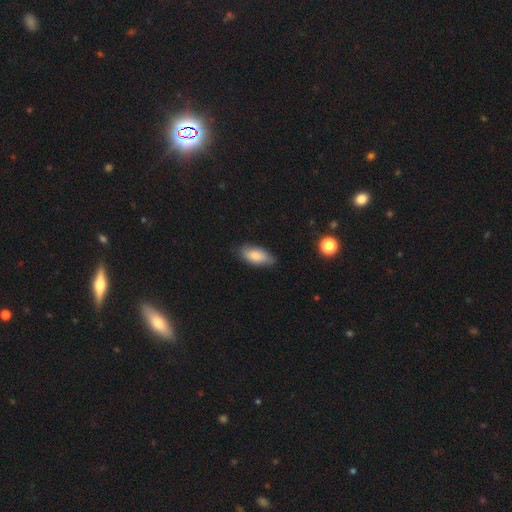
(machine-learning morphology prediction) A smooth galaxy with no disk features (80%) that is in between round and cigar-shaped (85%).

Vote fractions:
- Smooth or featured? smooth: 80% / featured or disk: 13% / star or artifact: 7%
- How rounded? in between: 85% / cigar-shaped: 13% / round: 2%
- Merging? none: 74% / minor disturbance: 22% / major disturbance: 3% / merger: 1%